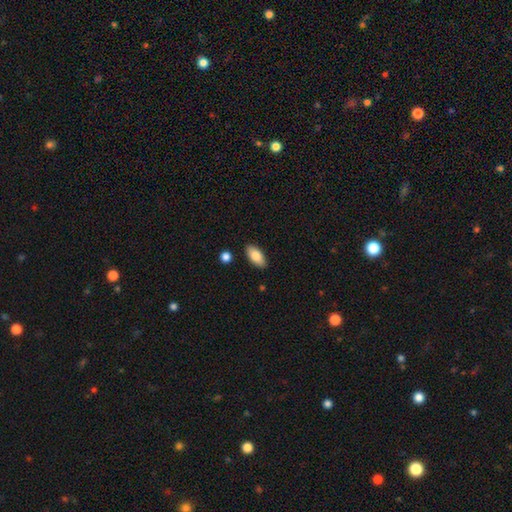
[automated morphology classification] type=smooth (84%); roundness=in between (90%); merging=none (87%).